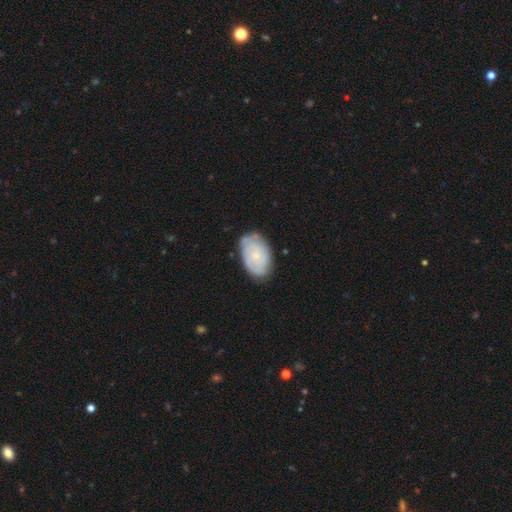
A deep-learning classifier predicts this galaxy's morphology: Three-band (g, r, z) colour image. It shows a smooth galaxy with no disk features (47%). Merging: none (72%).